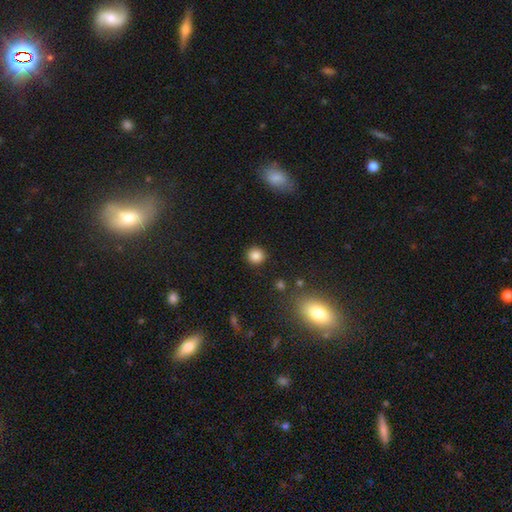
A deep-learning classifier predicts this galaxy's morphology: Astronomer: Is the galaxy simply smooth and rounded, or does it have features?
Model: smooth — 85%.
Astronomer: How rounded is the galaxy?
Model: round — 92%.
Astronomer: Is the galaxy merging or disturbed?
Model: none — 90%.